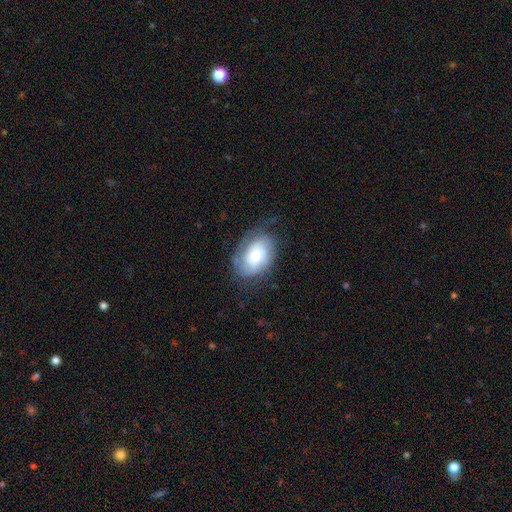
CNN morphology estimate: This is possibly a featured or disk galaxy (52%). It is clearly not viewed edge-on (96%). Merging: possibly none (57%).